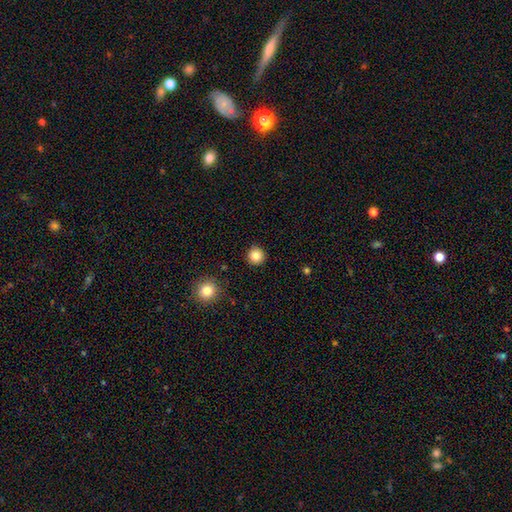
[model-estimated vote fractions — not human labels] Smooth or featured? smooth (85%)
How rounded? round (95%)
Merging? none (91%)